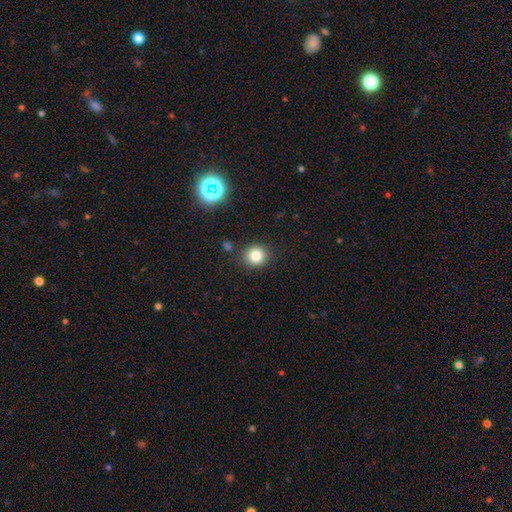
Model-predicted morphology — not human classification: Q: Smooth or featured?
A: smooth (81%); runner-up: star or artifact (13%)
Q: How rounded?
A: round (88%); runner-up: in between (11%)
Q: Merging?
A: none (87%); runner-up: minor disturbance (8%)